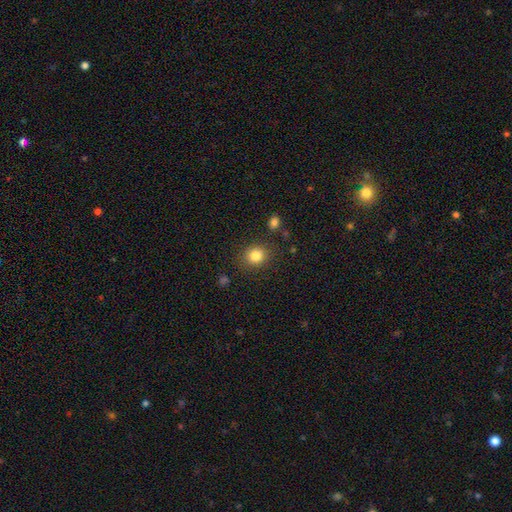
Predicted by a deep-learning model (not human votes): Smooth or featured: smooth — 83% (star or artifact — 11%)
How rounded: round — 75% (in between — 24%)
Merging: none — 84% (minor disturbance — 10%)